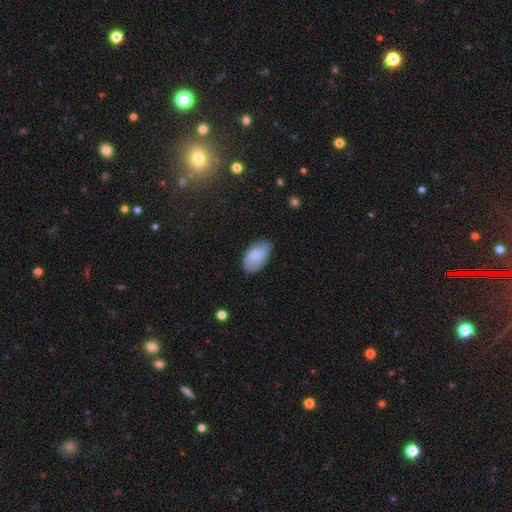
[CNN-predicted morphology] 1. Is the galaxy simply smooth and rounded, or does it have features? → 84% smooth, 10% featured or disk, 6% star or artifact.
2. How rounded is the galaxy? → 95% in between, 3% round, 2% cigar-shaped.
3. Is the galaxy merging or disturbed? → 69% none, 24% minor disturbance, 5% major disturbance, 1% merger.